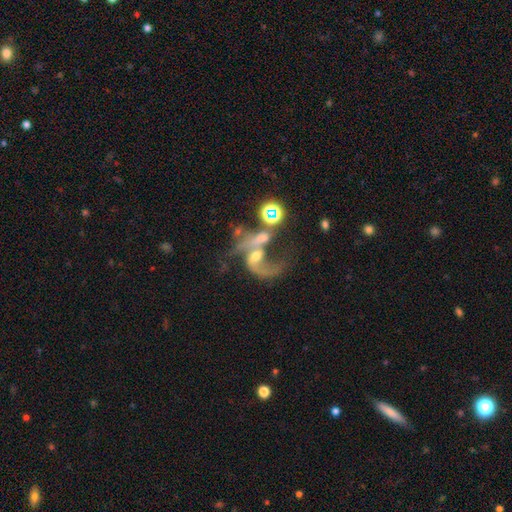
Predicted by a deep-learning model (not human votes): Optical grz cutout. It shows a featured or disk galaxy (81%) with no bar (41%), 2 (78%) loose (70%) spiral arms (91%) and a moderate central bulge (44%, tied with small). Merging: merger (32%).